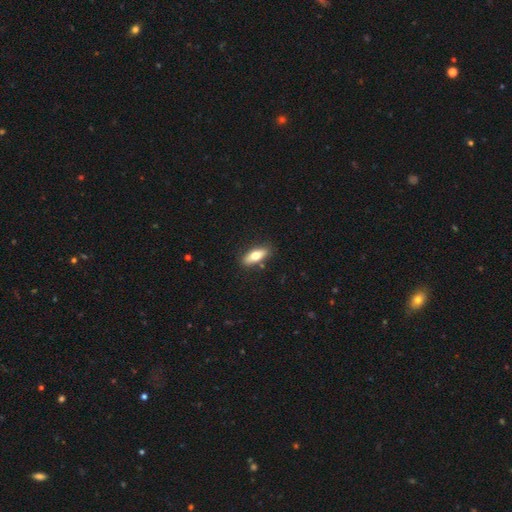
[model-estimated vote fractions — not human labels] smooth 67%, featured or disk 26%, star or artifact 6%. Down the decision tree: how rounded — in between (73%); merging — none (85%).